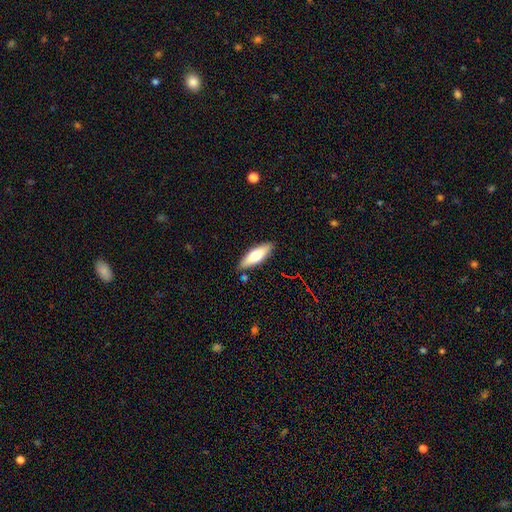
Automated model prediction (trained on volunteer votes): Smooth or featured: smooth — 63% (featured or disk — 31%)
How rounded: in between — 51% (cigar-shaped — 47%)
Merging: none — 85% (minor disturbance — 11%)